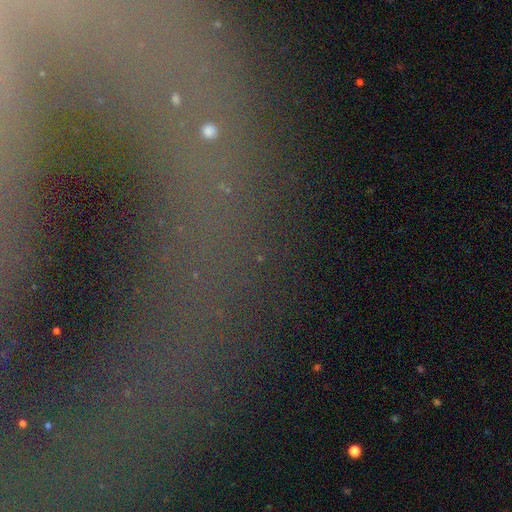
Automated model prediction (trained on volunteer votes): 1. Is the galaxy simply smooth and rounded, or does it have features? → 67% star or artifact, 19% smooth, 14% featured or disk.